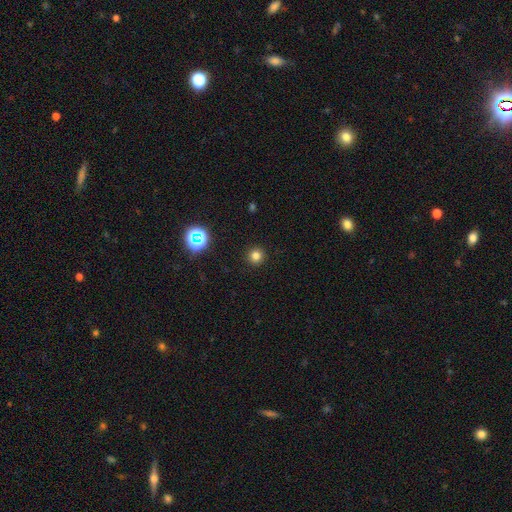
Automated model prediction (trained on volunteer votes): smooth 78%, star or artifact 17%, featured or disk 5%. Down the decision tree: how rounded — round (95%); merging — none (92%).